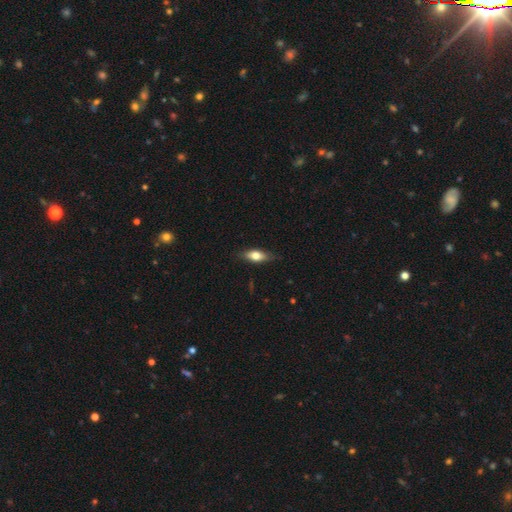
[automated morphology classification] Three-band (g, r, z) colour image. It shows a smooth galaxy with no disk features (65%) that is in between round and cigar-shaped (72%). Merging: none (81%).